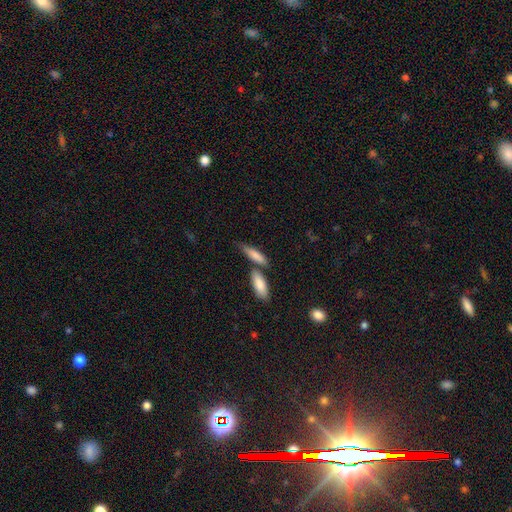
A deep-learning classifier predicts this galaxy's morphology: Smooth or featured: smooth — 79% (featured or disk — 15%)
How rounded: cigar-shaped — 60% (in between — 37%)
Merging: none — 56% (merger — 27%)